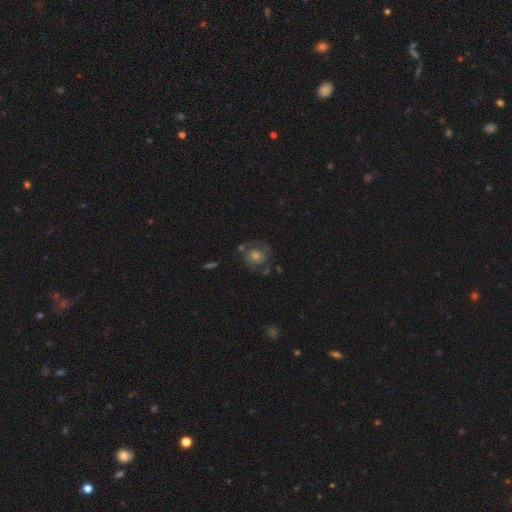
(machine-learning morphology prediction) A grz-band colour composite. It shows a featured or disk galaxy (44%). Merging: none (68%).